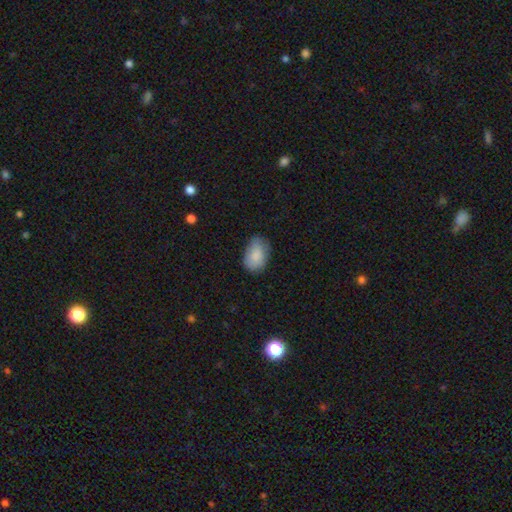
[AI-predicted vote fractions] smooth 84%, featured or disk 9%, star or artifact 6%. Down the decision tree: how rounded — in between (87%); merging — none (70%).